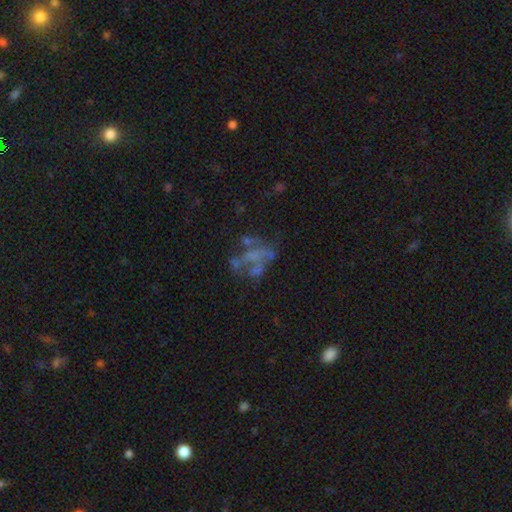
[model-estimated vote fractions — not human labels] Smooth or featured?
  - featured or disk: 58% *
  - smooth: 23%
  - star or artifact: 19%
Edge-on disk?
  - no: 97% *
  - yes: 3%
Bar?
  - no: 89% *
  - weak: 7%
  - strong: 3%
Spiral arms?
  - no: 90% *
  - yes: 10%
Bulge size?
  - none: 77% *
  - small: 11%
  - moderate: 8%
  - large: 2%
  - dominant: 1%
Merging?
  - none: 38% *
  - major disturbance: 29%
  - merger: 18%
  - minor disturbance: 15%